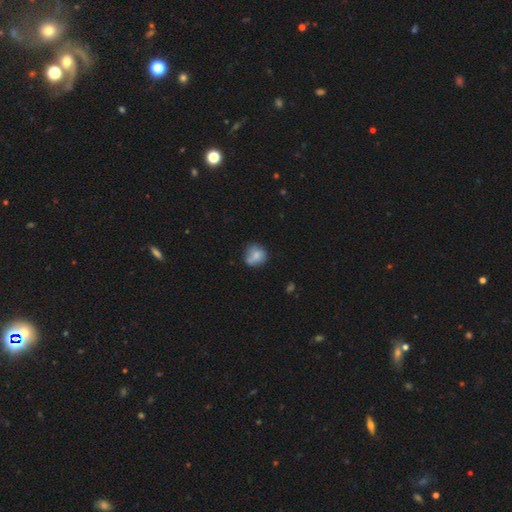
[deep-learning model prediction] The model was most divided on "merging": none: 55%, minor disturbance: 30%, major disturbance: 9%, merger: 6%. More confident: how rounded — round (76%); smooth or featured — smooth (74%).